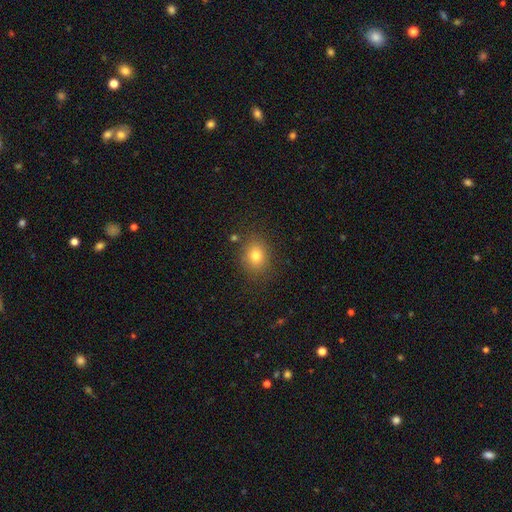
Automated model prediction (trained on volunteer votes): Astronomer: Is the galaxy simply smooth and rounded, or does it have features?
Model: smooth — 79%.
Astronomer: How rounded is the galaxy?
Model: round — 52% (runner-up: in between, 47%).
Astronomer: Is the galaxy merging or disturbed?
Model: none — 82%.